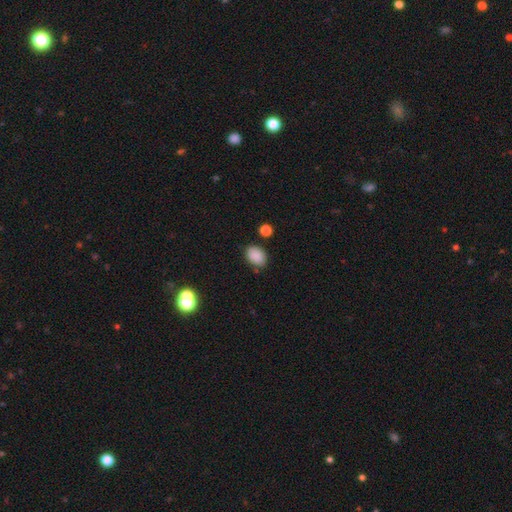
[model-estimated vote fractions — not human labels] Smooth or featured? smooth (87%)
How rounded? in between (74%)
Merging? none (77%)